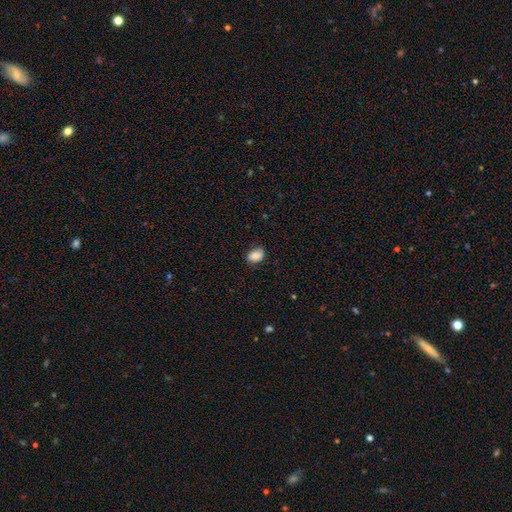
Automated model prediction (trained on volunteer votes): A smooth galaxy with no disk features (80%) that is in between round and cigar-shaped (78%).

Vote fractions:
- Smooth or featured? smooth: 80% / featured or disk: 12% / star or artifact: 8%
- How rounded? in between: 78% / round: 20% / cigar-shaped: 1%
- Merging? none: 79% / minor disturbance: 17% / major disturbance: 3% / merger: 1%